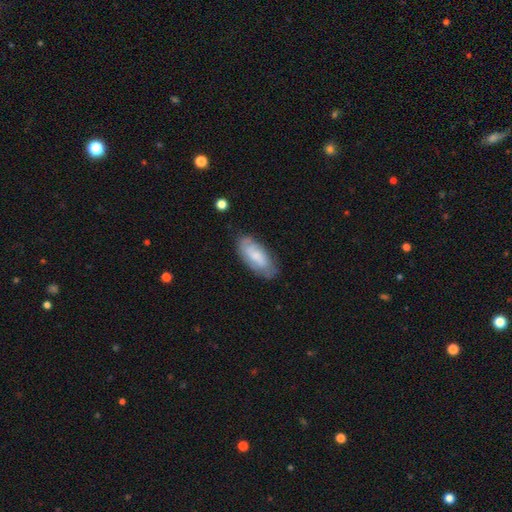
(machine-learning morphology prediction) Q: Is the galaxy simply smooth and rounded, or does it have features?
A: smooth — 58%.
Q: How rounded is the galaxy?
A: in between — 86%.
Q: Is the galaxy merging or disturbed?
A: none — 73%.